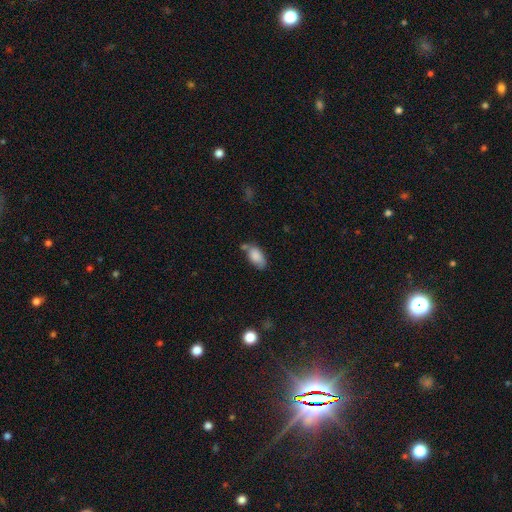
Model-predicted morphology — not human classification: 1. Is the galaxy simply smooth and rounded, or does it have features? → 84% smooth, 9% featured or disk, 8% star or artifact.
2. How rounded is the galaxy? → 92% in between, 4% round, 4% cigar-shaped.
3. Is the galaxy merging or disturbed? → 51% none, 25% minor disturbance, 17% merger, 7% major disturbance.